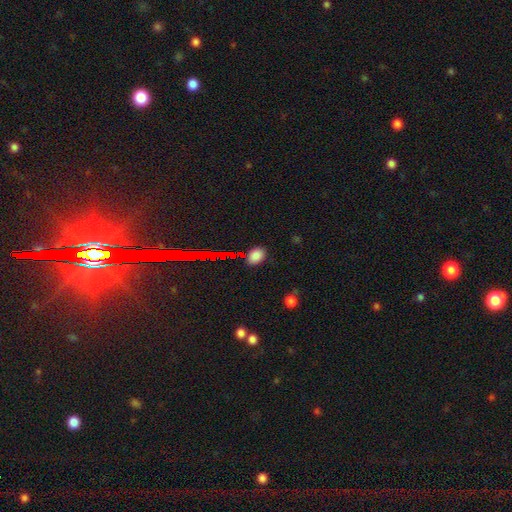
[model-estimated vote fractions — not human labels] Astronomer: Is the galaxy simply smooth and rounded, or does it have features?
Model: smooth — 79%.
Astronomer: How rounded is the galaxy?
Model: in between — 66%.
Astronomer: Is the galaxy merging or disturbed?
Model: none — 81%.